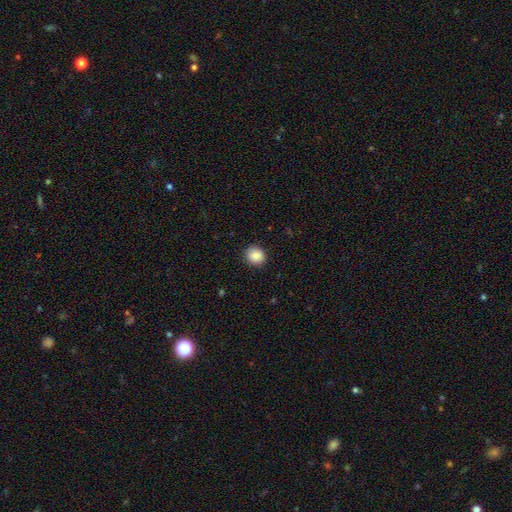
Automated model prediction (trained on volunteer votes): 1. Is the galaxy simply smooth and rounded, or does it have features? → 88% smooth, 8% star or artifact, 4% featured or disk.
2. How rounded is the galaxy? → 81% round, 18% in between, 1% cigar-shaped.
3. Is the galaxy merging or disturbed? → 90% none, 7% minor disturbance, 2% major disturbance, 1% merger.